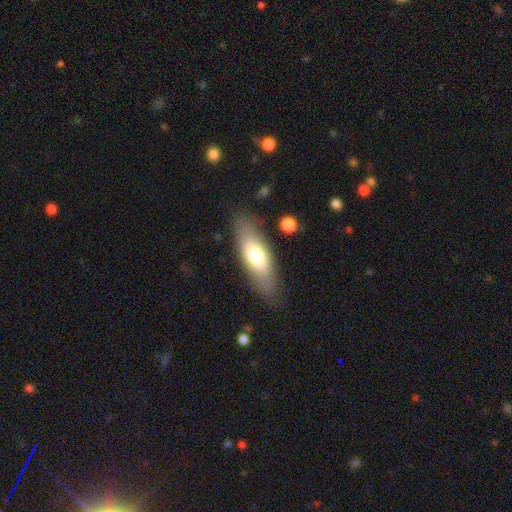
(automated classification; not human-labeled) Q: Smooth or featured?
A: smooth (65%); runner-up: featured or disk (28%)
Q: How rounded?
A: in between (70%); runner-up: cigar-shaped (27%)
Q: Merging?
A: none (80%); runner-up: minor disturbance (13%)